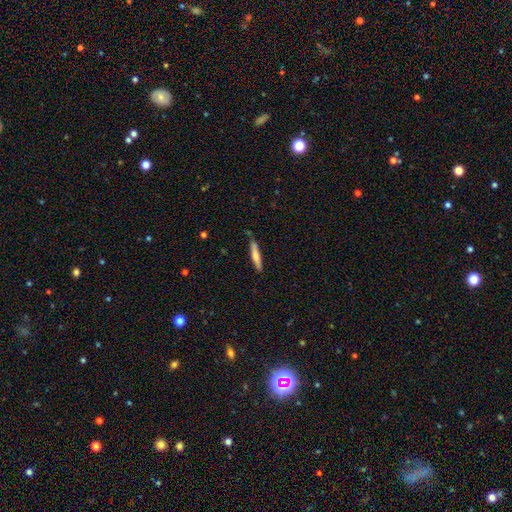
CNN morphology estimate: A smooth galaxy with no disk features (64%) that is cigar-shaped (91%).

Vote fractions:
- Smooth or featured? smooth: 64% / featured or disk: 30% / star or artifact: 6%
- How rounded? cigar-shaped: 91% / in between: 8% / round: 1%
- Merging? none: 83% / minor disturbance: 13% / major disturbance: 2% / merger: 2%